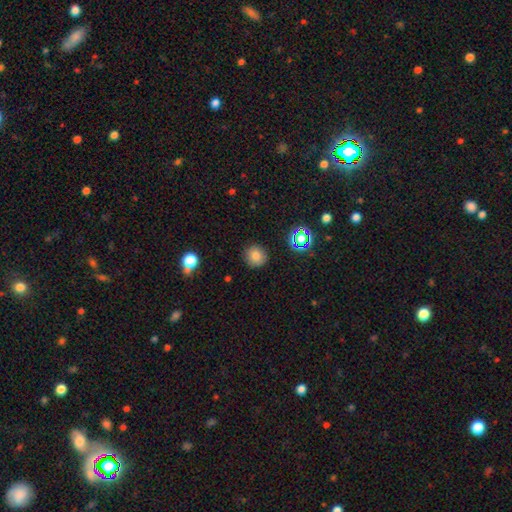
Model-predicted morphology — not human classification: smooth-or-featured: smooth: 79% | star or artifact: 14% | featured or disk: 7%
  how-rounded: round: 92% | in between: 7% | cigar-shaped: 1%
  merging: none: 89% | minor disturbance: 8% | major disturbance: 2% | merger: 1%